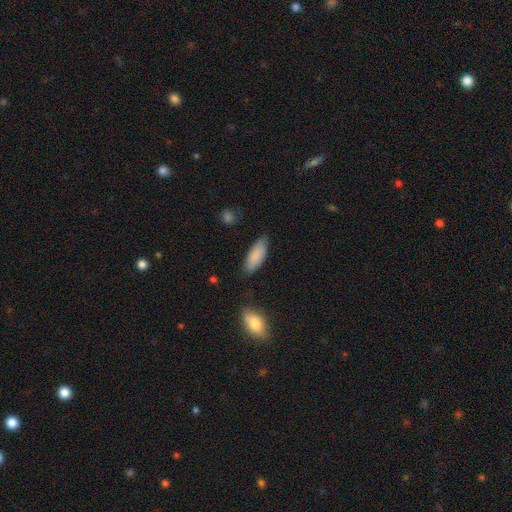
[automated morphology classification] The model was most divided on "how rounded": in between: 73%, cigar-shaped: 25%, round: 2%. More confident: smooth or featured — smooth (87%); merging — none (78%).